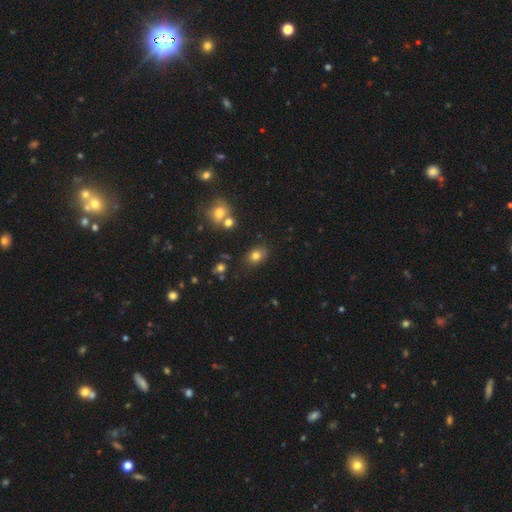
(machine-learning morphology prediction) A smooth galaxy with no disk features (79%) that is in between round and cigar-shaped (60%).

Vote fractions:
- Smooth or featured? smooth: 79% / star or artifact: 13% / featured or disk: 8%
- How rounded? in between: 60% / round: 39% / cigar-shaped: 1%
- Merging? none: 77% / minor disturbance: 14% / merger: 6% / major disturbance: 3%